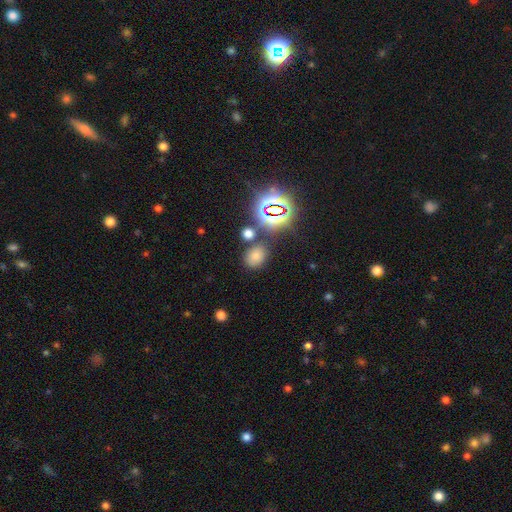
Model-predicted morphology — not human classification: Smooth or featured? Predicted: smooth (p=0.65). How rounded? Predicted: in between (p=0.63). Merging? Predicted: none (p=0.76).